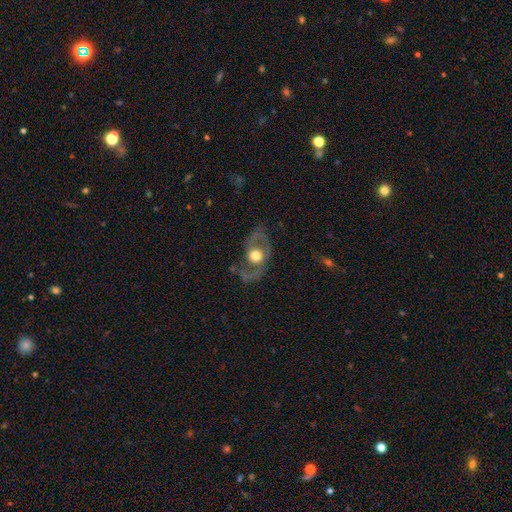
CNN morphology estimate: Smooth or featured? featured or disk (69%)
Edge-on disk? no (92%)
Bar? no (81%)
Spiral arms? yes (57%)
Bulge size? moderate (52%)
Merging? none (63%)